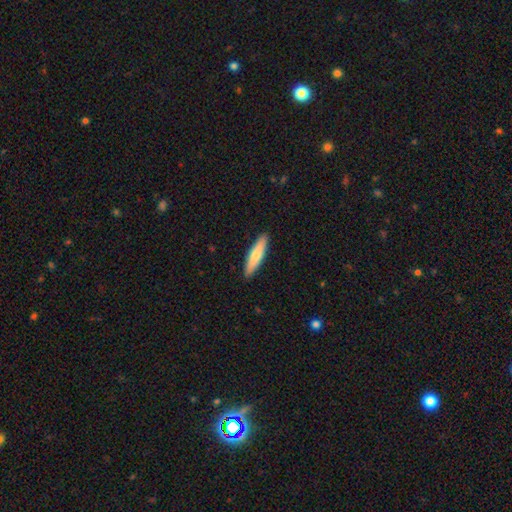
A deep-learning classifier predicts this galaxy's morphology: Smooth or featured: smooth — 74% (featured or disk — 21%)
How rounded: cigar-shaped — 79% (in between — 20%)
Merging: none — 91% (minor disturbance — 7%)